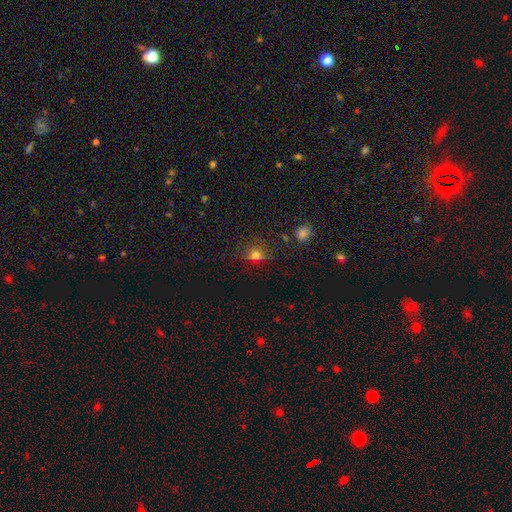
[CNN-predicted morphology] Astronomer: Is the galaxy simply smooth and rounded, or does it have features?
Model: smooth — 74%.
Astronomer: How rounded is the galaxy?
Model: round — 71%.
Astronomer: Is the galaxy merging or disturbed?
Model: none — 71%.